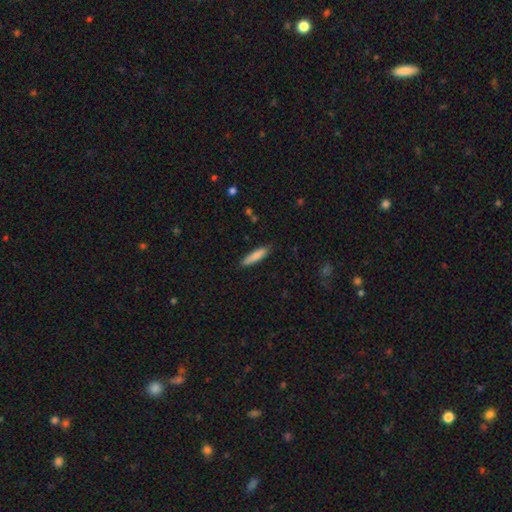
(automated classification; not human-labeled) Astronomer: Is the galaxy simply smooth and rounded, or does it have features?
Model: smooth — 84%.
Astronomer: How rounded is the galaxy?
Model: cigar-shaped — 82%.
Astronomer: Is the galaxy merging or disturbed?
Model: none — 86%.